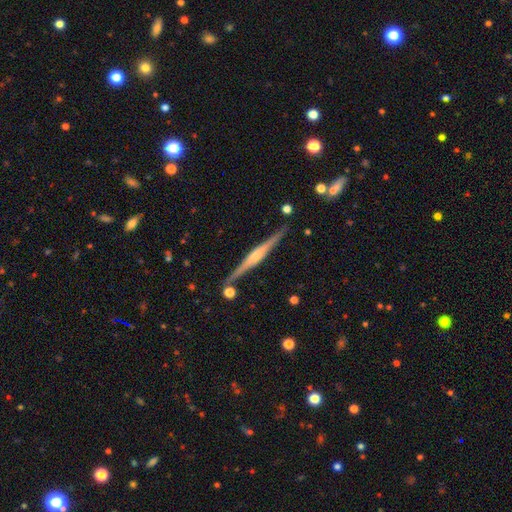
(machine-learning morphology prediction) A featured or disk galaxy (81%) viewed edge-on (98%) with a rounded central bulge (72%). Merging: none (88%).